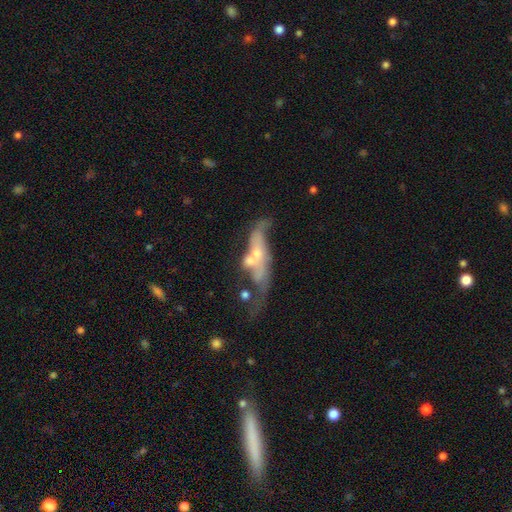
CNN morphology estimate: The model was most divided on "spiral arms": yes: 52%, no: 48%. Remaining: edge-on disk — no (81%); bar — no (71%); smooth or featured — featured or disk (62%); merging — merger (47%); bulge size — small (44%).